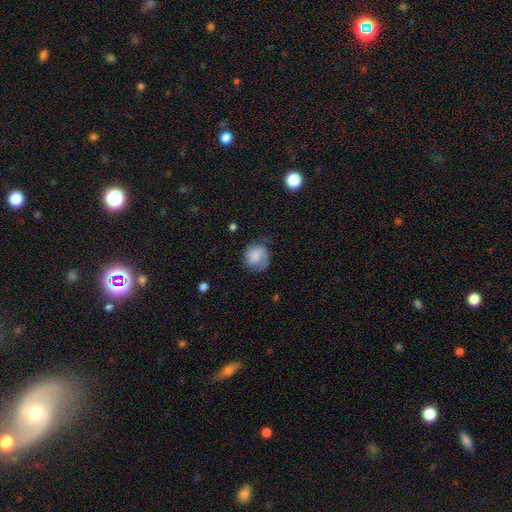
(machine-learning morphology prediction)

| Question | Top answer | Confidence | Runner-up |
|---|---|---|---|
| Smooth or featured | smooth | 73% | featured or disk (19%) |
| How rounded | round | 77% | in between (22%) |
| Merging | none | 61% | minor disturbance (26%) |